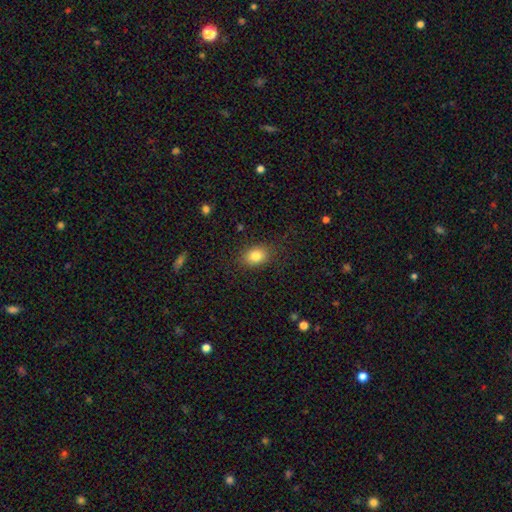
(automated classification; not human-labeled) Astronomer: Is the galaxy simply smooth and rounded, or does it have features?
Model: smooth — 83%.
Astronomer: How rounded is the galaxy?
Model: in between — 71%.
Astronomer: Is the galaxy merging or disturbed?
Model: none — 84%.